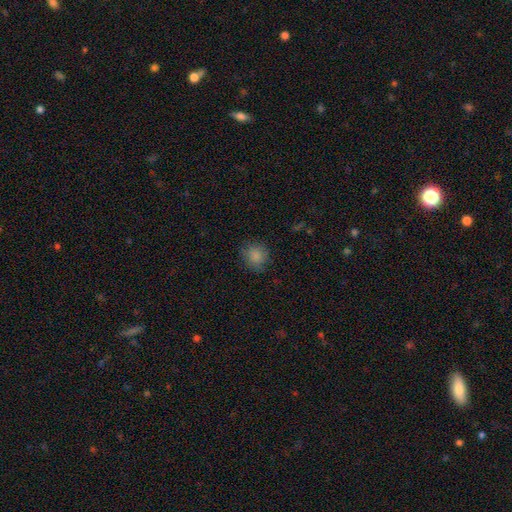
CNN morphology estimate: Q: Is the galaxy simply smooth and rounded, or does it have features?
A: smooth — 85%.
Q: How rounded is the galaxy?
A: round — 88%.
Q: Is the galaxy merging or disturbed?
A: none — 81%.